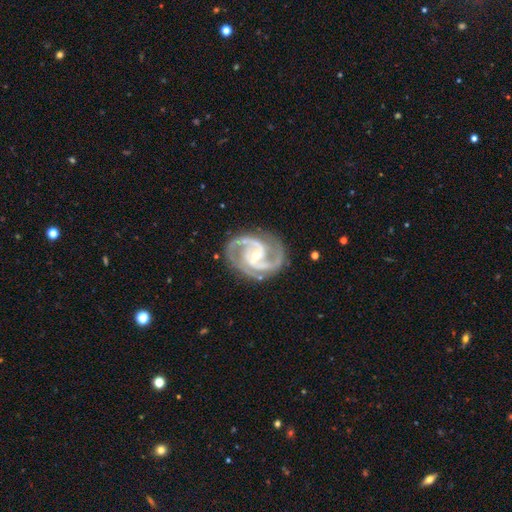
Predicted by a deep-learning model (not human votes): The model was most divided on "bar": no: 41%, weak: 39%, strong: 21%. More confident: spiral arms — yes (99%); edge-on disk — no (98%); smooth or featured — featured or disk (93%); spiral arm count — 2 (77%); merging — none (77%); bulge size — small (70%); spiral winding — medium (59%).